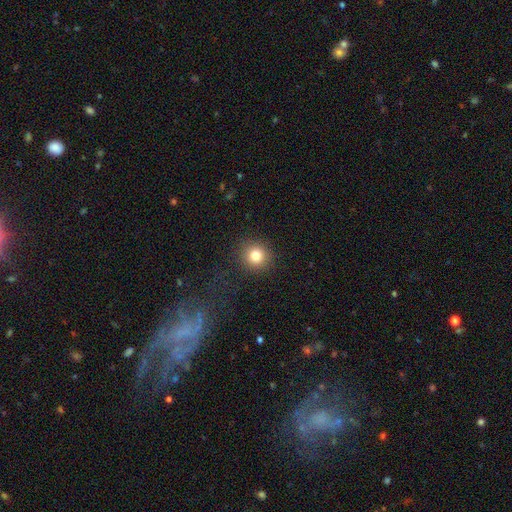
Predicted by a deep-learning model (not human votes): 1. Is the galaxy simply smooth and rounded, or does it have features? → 81% smooth, 12% star or artifact, 7% featured or disk.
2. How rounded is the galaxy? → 91% round, 8% in between, 1% cigar-shaped.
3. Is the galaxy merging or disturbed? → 89% none, 7% minor disturbance, 3% major disturbance, 1% merger.